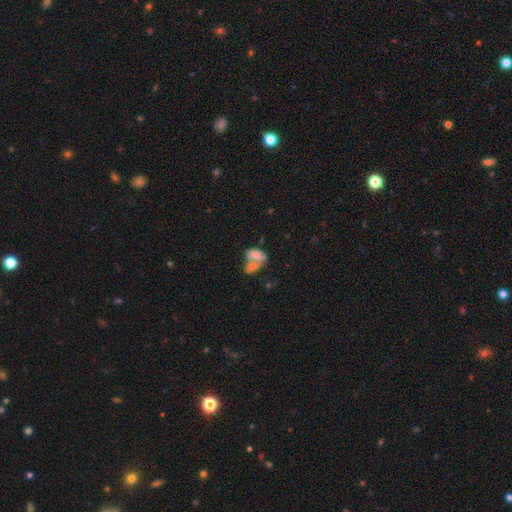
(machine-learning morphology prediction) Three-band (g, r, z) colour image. It shows a smooth galaxy with no disk features (68%) that is in between round and cigar-shaped (84%). Merging: merger (67%).